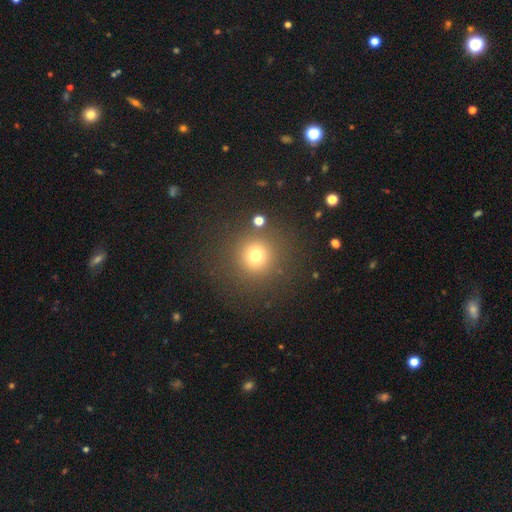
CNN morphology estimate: type=smooth (72%); roundness=round (94%); merging=none (85%).